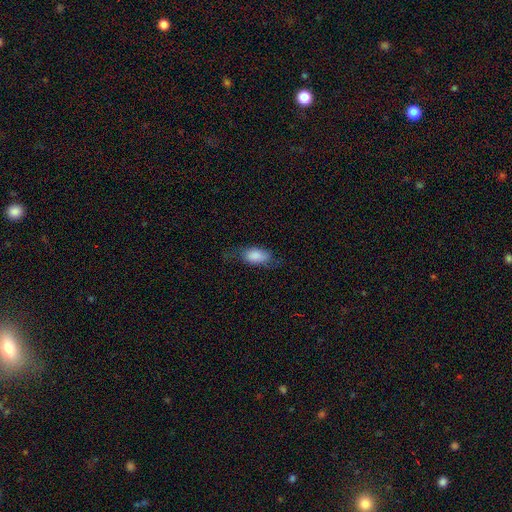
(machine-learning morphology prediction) Overall: smooth (81%). How rounded: in between (89%). Merging: none (56%; minor disturbance 28%).